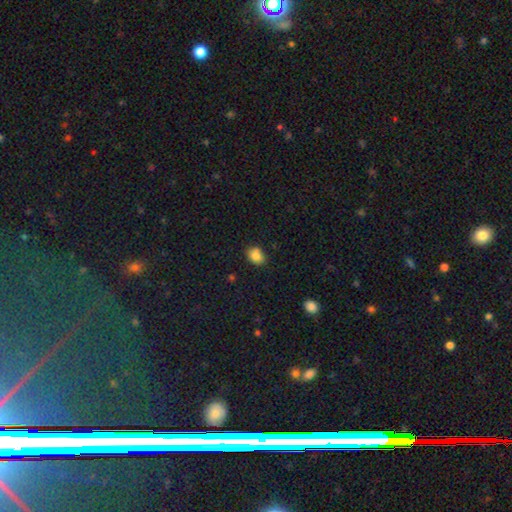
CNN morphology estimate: This is clearly a smooth galaxy (84%). How rounded: likely in between (63%). Merging: likely none (75%).